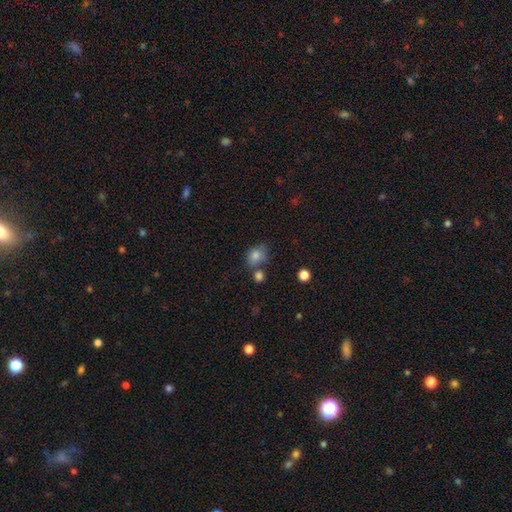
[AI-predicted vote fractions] smooth 80%, star or artifact 12%, featured or disk 8%. Down the decision tree: how rounded — round (51%); merging — none (60%).